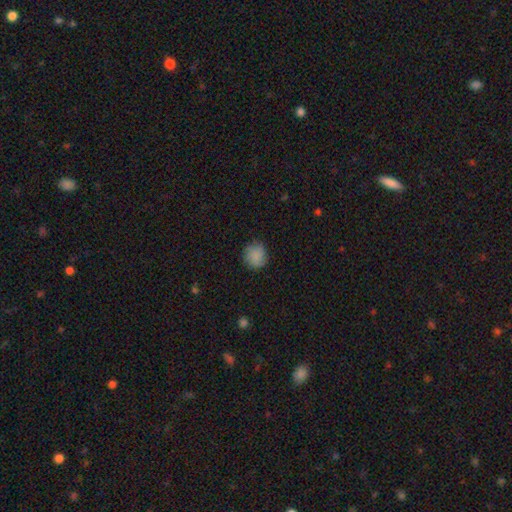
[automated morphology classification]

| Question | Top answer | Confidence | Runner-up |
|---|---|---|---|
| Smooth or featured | smooth | 84% | featured or disk (8%) |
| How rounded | round | 88% | in between (11%) |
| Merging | none | 82% | minor disturbance (13%) |